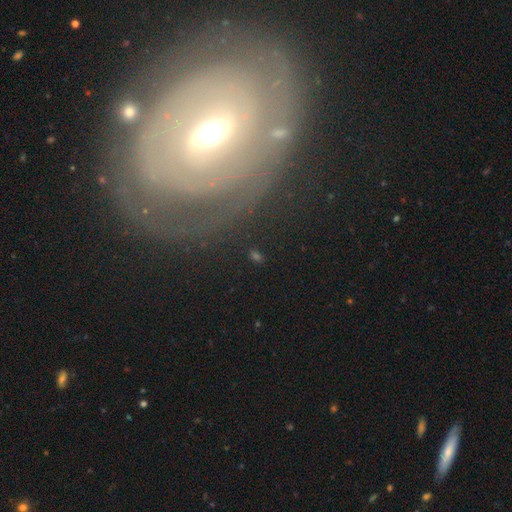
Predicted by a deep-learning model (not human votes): Smooth or featured? star or artifact (36%)